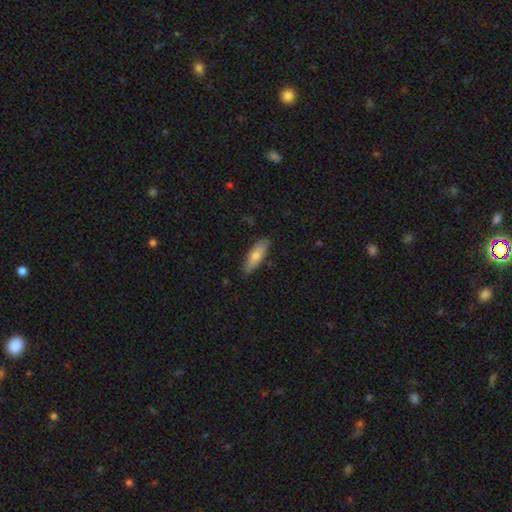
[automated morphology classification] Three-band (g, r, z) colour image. It shows a smooth galaxy with no disk features (72%) that is in between round and cigar-shaped (50%). Merging: none (85%).